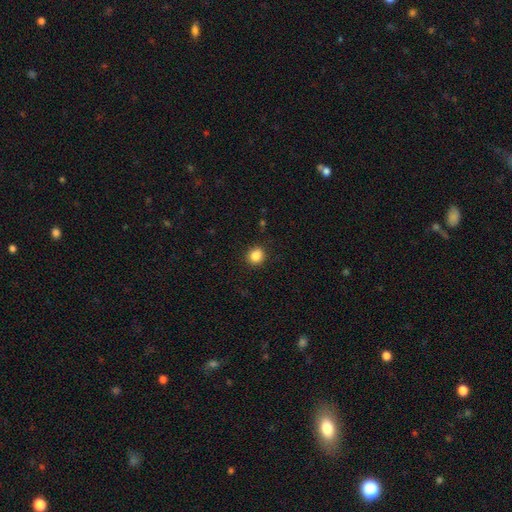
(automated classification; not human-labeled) This appears to be a smooth galaxy with no disk features (86%) that is round (81%). Merging: none (88%).